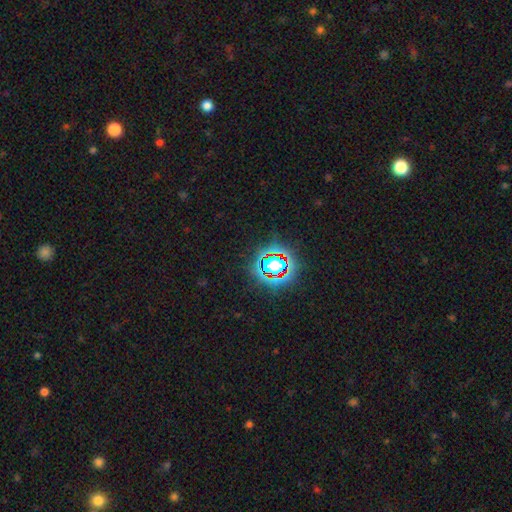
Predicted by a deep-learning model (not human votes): smooth-or-featured: star or artifact: 78% | smooth: 14% | featured or disk: 8%